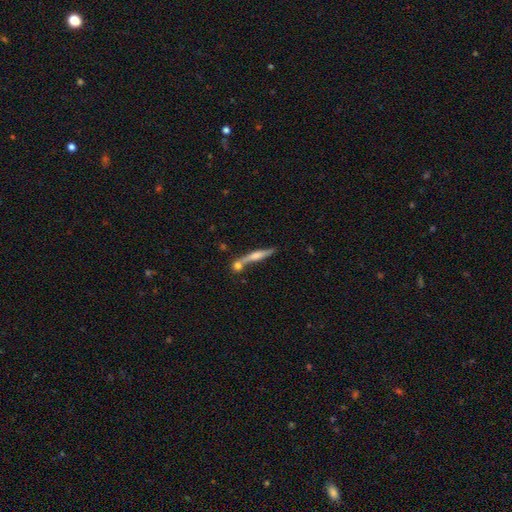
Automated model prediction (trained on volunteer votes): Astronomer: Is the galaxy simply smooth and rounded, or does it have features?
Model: featured or disk — 58% (runner-up: smooth, 35%).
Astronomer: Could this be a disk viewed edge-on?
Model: yes — 92%.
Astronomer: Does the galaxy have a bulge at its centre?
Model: rounded — 72%.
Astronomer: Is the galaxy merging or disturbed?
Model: none — 60%.